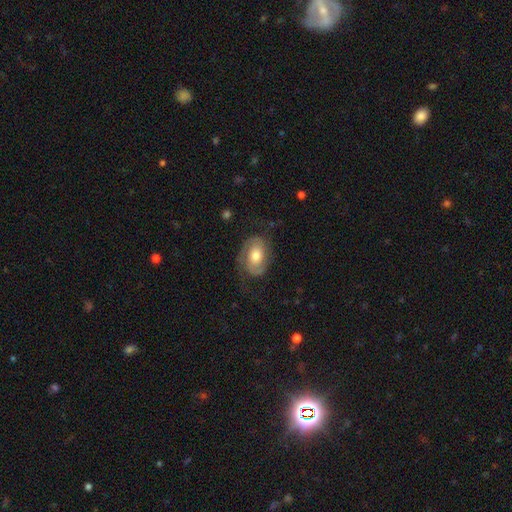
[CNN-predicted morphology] Smooth or featured? Predicted: featured or disk (p=0.73). Edge-on disk? Predicted: no (p=0.97). Bar? Predicted: no (p=0.69). Spiral arms? Predicted: yes (p=0.90). Spiral winding? Predicted: tight (p=0.41, tied with medium). Spiral arm count? Predicted: 2 (p=0.84). Bulge size? Predicted: moderate (p=0.68). Merging? Predicted: none (p=0.68).